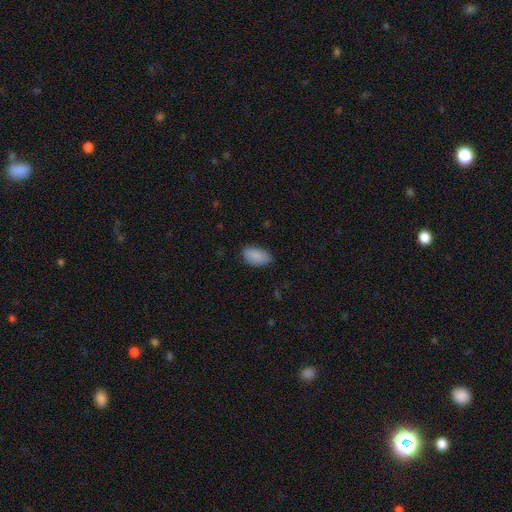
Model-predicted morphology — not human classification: smooth-or-featured: smooth: 88% | star or artifact: 7% | featured or disk: 5%
  how-rounded: in between: 94% | round: 4% | cigar-shaped: 2%
  merging: none: 75% | minor disturbance: 20% | major disturbance: 4% | merger: 1%